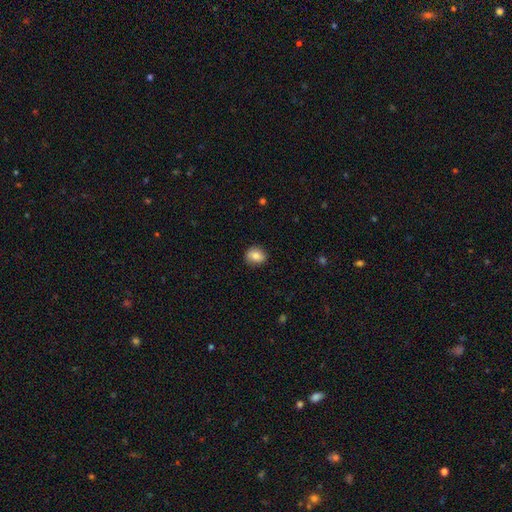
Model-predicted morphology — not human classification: Smooth or featured: smooth — 82% (featured or disk — 9%)
How rounded: round — 61% (in between — 38%)
Merging: none — 85% (minor disturbance — 11%)